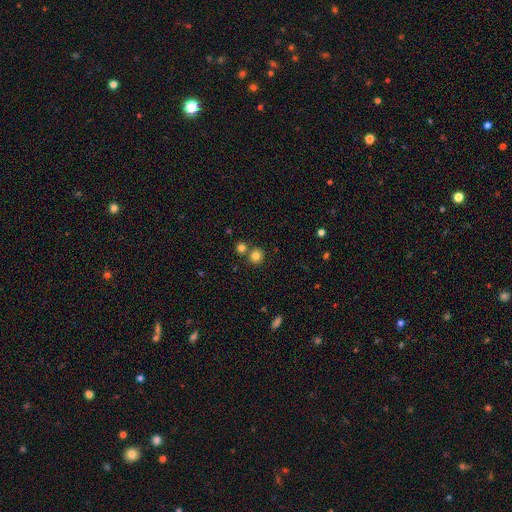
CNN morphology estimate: Q: Smooth or featured?
A: smooth (80%); runner-up: star or artifact (13%)
Q: How rounded?
A: round (91%); runner-up: in between (8%)
Q: Merging?
A: none (71%); runner-up: merger (20%)